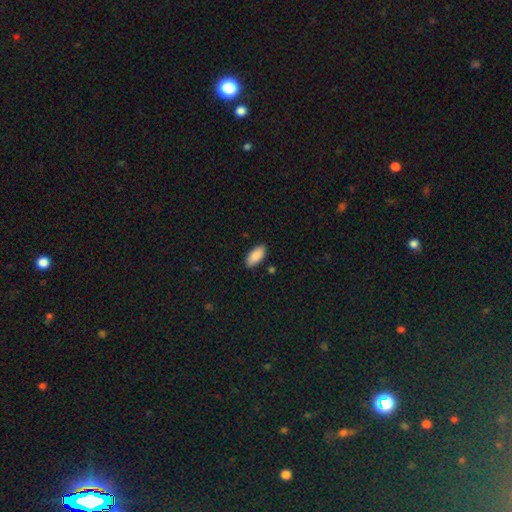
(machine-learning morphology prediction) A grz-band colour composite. It shows a smooth galaxy with no disk features (90%) that is in between round and cigar-shaped (91%). Merging: none (88%).